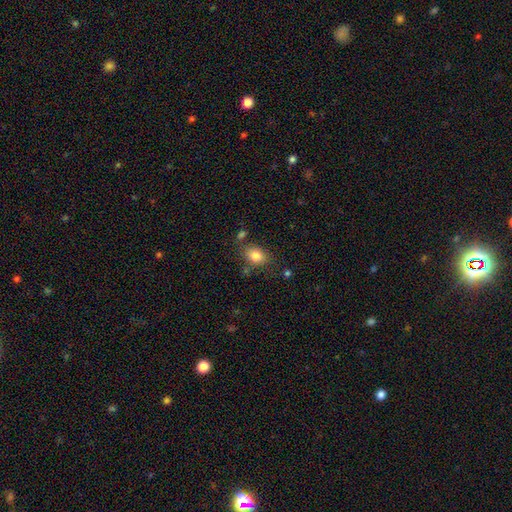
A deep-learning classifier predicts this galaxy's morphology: smooth-or-featured: smooth: 82% | star or artifact: 10% | featured or disk: 8%
  how-rounded: in between: 69% | round: 30% | cigar-shaped: 1%
  merging: none: 73% | minor disturbance: 15% | merger: 7% | major disturbance: 5%